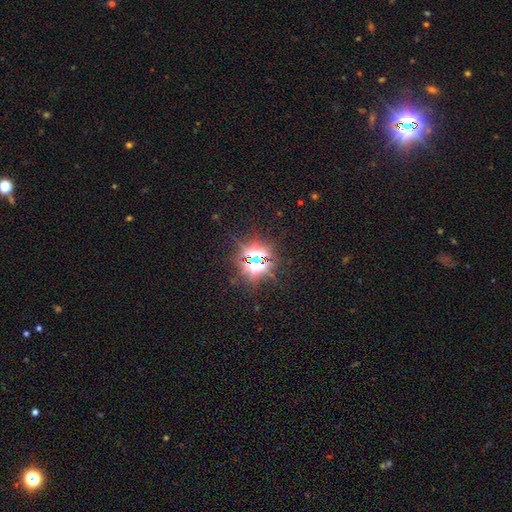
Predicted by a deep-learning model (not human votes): Smooth or featured?
  - star or artifact: 77% *
  - smooth: 14%
  - featured or disk: 10%